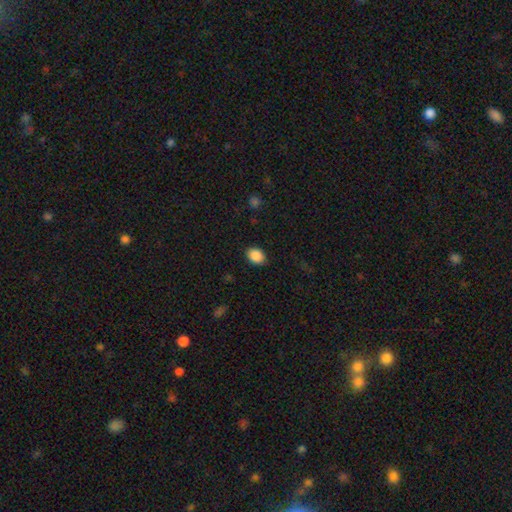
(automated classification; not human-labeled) The model was most divided on "how rounded": in between: 64%, round: 35%, cigar-shaped: 1%. More confident: smooth or featured — smooth (89%); merging — none (87%).